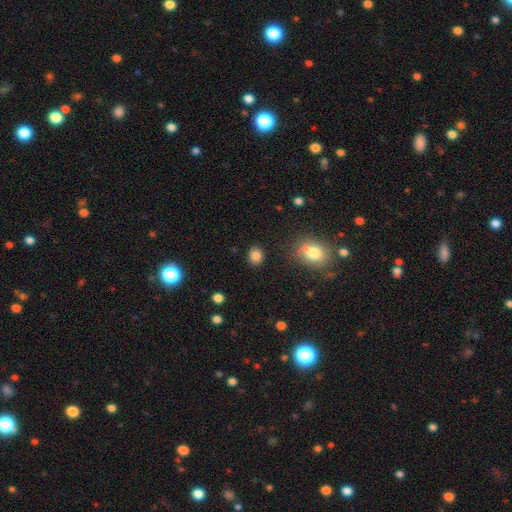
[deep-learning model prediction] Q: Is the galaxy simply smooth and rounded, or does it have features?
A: smooth — 84%.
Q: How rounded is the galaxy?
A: round — 59%.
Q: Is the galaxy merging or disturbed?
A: none — 87%.